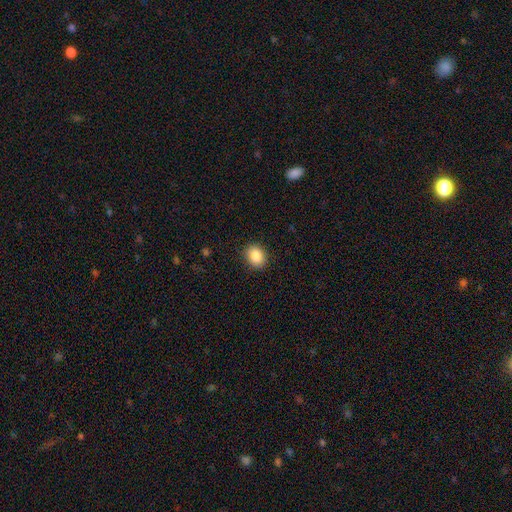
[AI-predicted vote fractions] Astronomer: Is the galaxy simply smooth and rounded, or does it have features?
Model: smooth — 88%.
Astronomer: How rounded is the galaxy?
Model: in between — 55% (runner-up: round, 44%).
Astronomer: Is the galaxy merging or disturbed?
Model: none — 89%.